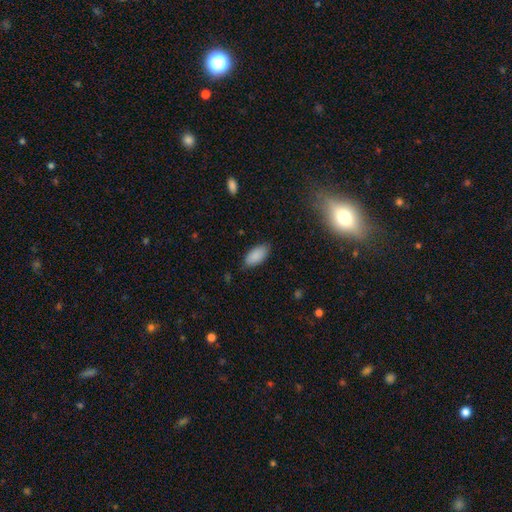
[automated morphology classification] Smooth or featured: smooth — 88% (star or artifact — 7%)
How rounded: in between — 94% (cigar-shaped — 4%)
Merging: none — 80% (minor disturbance — 16%)